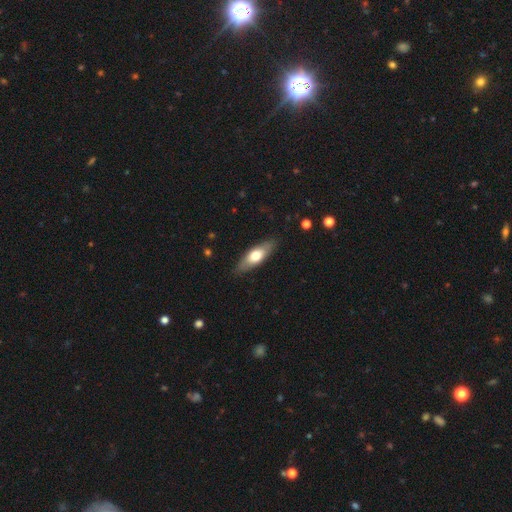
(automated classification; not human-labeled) Q: Smooth or featured?
A: smooth (59%); runner-up: featured or disk (35%)
Q: How rounded?
A: in between (59%); runner-up: cigar-shaped (38%)
Q: Merging?
A: none (85%); runner-up: minor disturbance (11%)